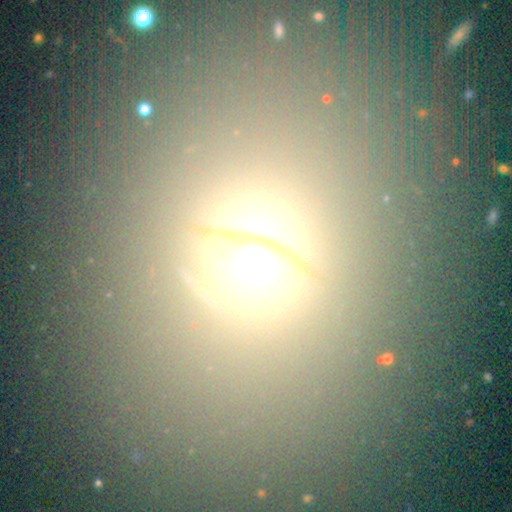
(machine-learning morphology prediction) This appears to be a smooth galaxy with no disk features (44%). Merging: none (72%).